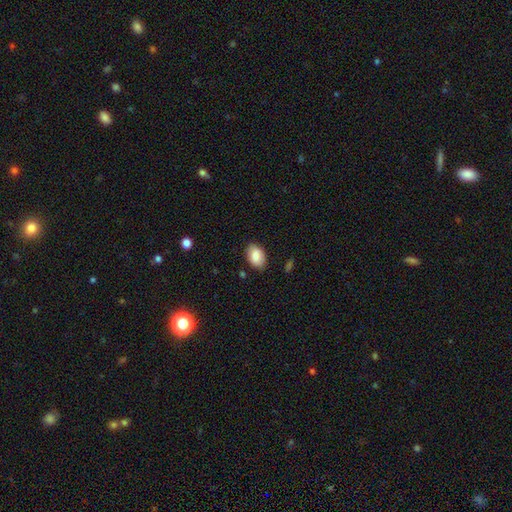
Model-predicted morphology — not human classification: Overall: smooth (83%). How rounded: in between (87%). Merging: none (83%).